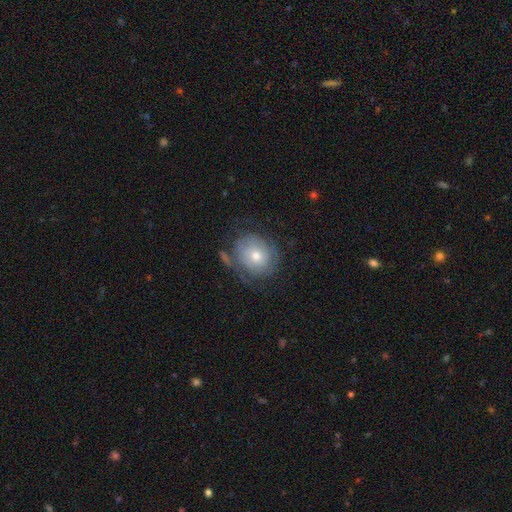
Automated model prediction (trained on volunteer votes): featured or disk 50%, smooth 41%, star or artifact 9%. Down the decision tree: merging — none (57%).